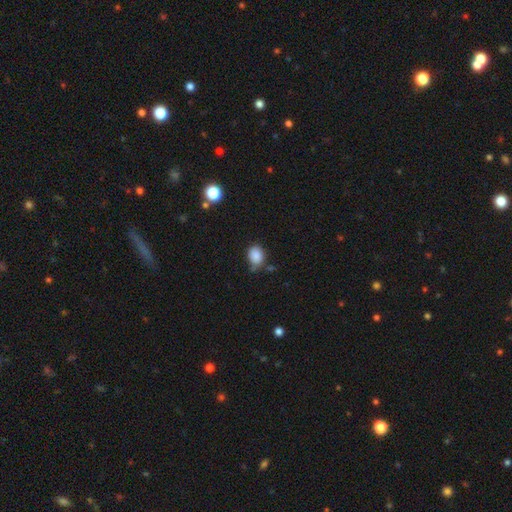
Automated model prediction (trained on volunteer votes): smooth_or_featured: smooth (p=0.87) [alt: star or artifact p=0.09]
how_rounded: in between (p=0.58) [alt: round p=0.41]
merging: none (p=0.65) [alt: minor disturbance p=0.24]